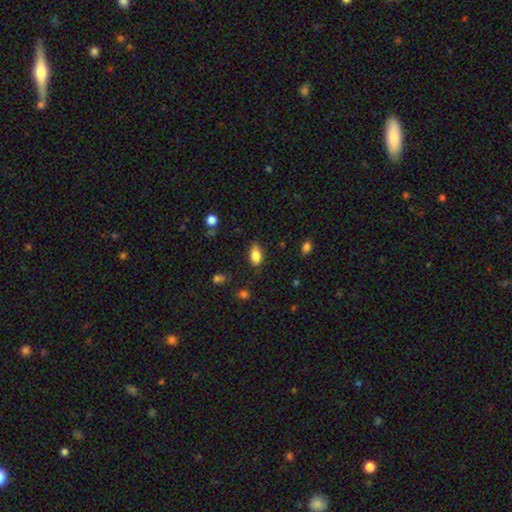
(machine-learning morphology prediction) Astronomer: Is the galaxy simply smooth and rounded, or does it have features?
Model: smooth — 83%.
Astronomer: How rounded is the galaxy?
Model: in between — 90%.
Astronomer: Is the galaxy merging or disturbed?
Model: none — 79%.